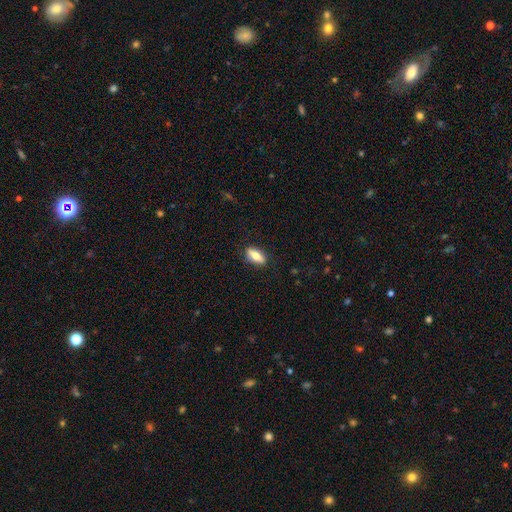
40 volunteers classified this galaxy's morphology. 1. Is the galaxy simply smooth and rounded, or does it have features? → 52% smooth, 38% featured or disk, 10% star or artifact.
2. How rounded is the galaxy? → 67% in between, 33% cigar-shaped, 0% round.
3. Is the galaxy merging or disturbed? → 86% none, 8% minor disturbance, 3% major disturbance, 3% merger.